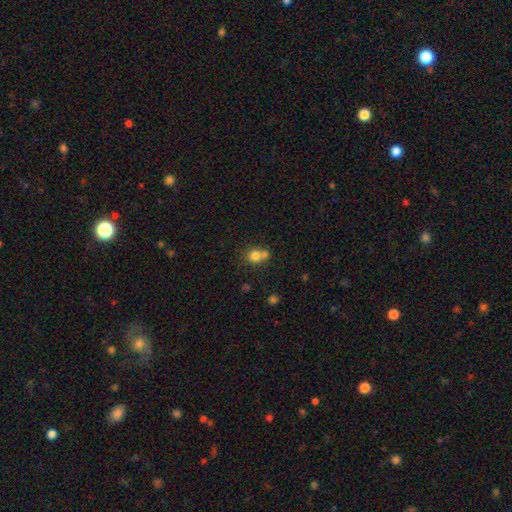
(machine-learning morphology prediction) Smooth or featured: smooth — 78% (star or artifact — 12%)
How rounded: round — 80% (in between — 19%)
Merging: merger — 44% (tied with none — 44%)